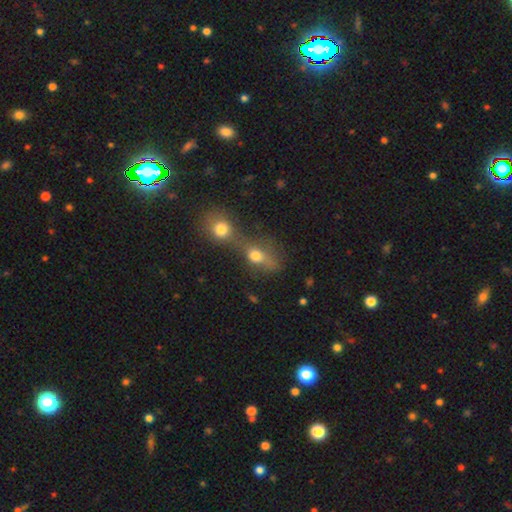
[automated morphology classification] Q: Smooth or featured?
A: smooth (69%); runner-up: star or artifact (16%)
Q: How rounded?
A: in between (48%); tied with: round (48%)
Q: Merging?
A: merger (68%); runner-up: none (18%)